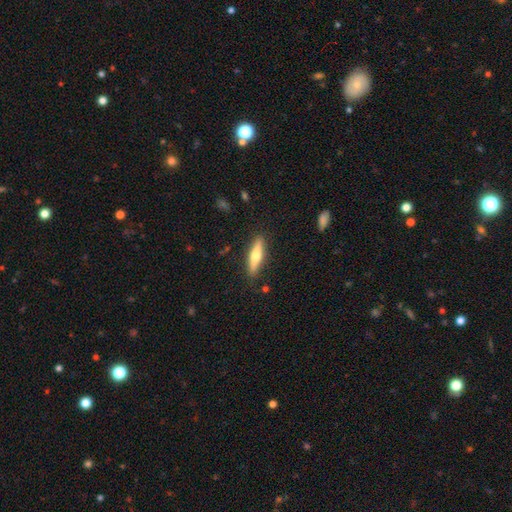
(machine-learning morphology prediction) Smooth or featured: smooth — 49% (featured or disk — 46%)
Merging: none — 88% (minor disturbance — 9%)